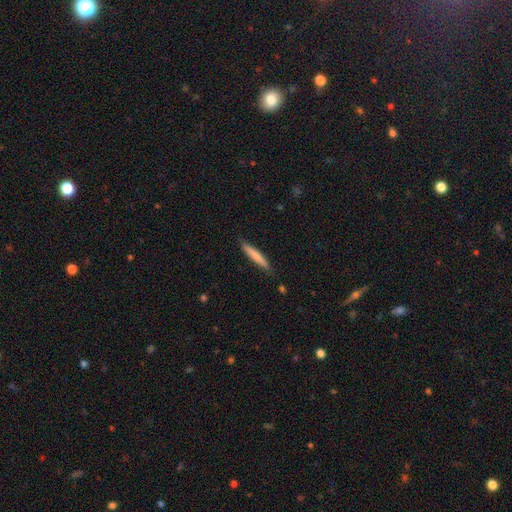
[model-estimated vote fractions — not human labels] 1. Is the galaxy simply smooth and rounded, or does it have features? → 74% smooth, 21% featured or disk, 5% star or artifact.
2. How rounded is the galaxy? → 94% cigar-shaped, 5% in between, 1% round.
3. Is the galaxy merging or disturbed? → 86% none, 11% minor disturbance, 2% major disturbance, 1% merger.